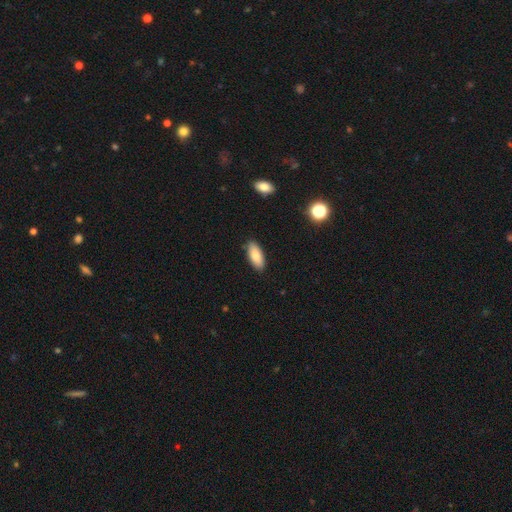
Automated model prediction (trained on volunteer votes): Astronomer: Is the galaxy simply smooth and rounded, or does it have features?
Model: smooth — 84%.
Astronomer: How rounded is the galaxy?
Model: in between — 84%.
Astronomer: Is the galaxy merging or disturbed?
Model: none — 87%.